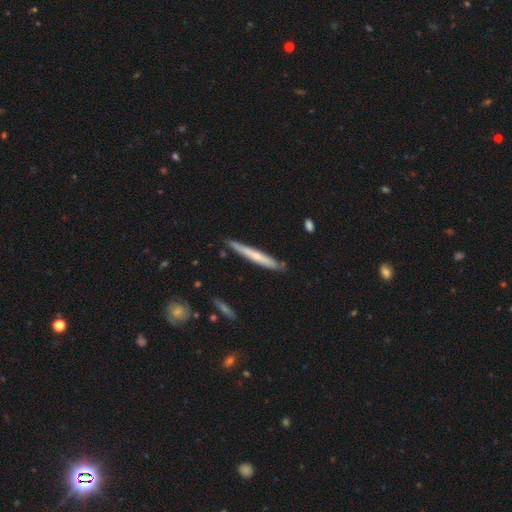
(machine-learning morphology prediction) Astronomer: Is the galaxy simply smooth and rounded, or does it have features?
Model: featured or disk — 48% (runner-up: smooth, 46%).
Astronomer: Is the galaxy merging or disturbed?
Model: none — 84%.